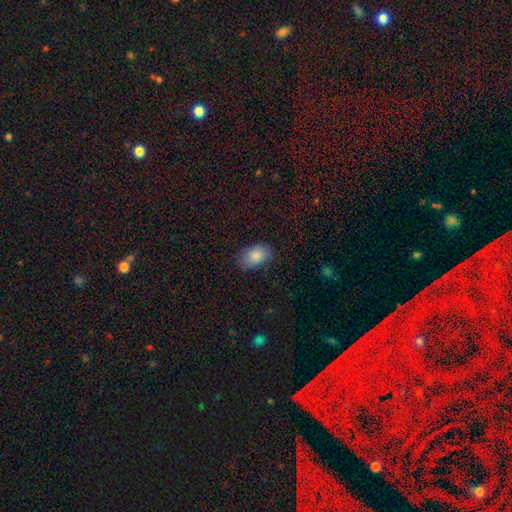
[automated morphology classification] Smooth or featured? smooth (86%)
How rounded? in between (91%)
Merging? none (81%)